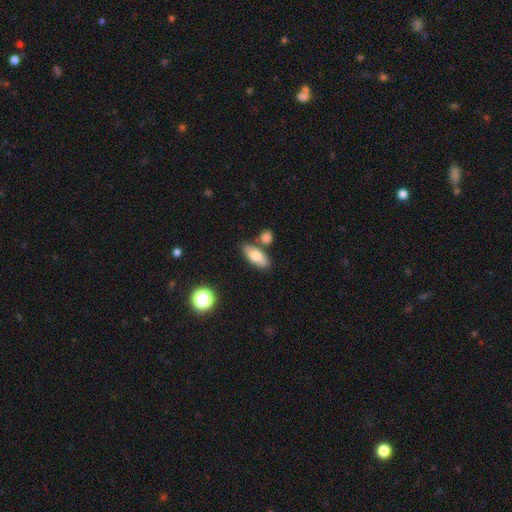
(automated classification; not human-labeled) smooth 73%, featured or disk 19%, star or artifact 8%. Down the decision tree: how rounded — in between (80%); merging — none (73%).